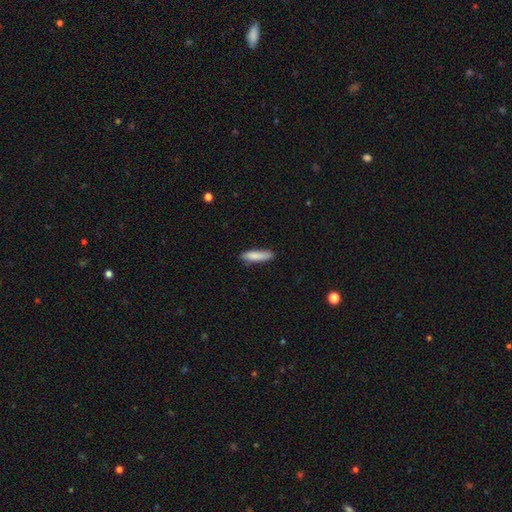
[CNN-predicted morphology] Smooth or featured: smooth — 85% (featured or disk — 9%)
How rounded: cigar-shaped — 72% (in between — 27%)
Merging: none — 78% (minor disturbance — 18%)